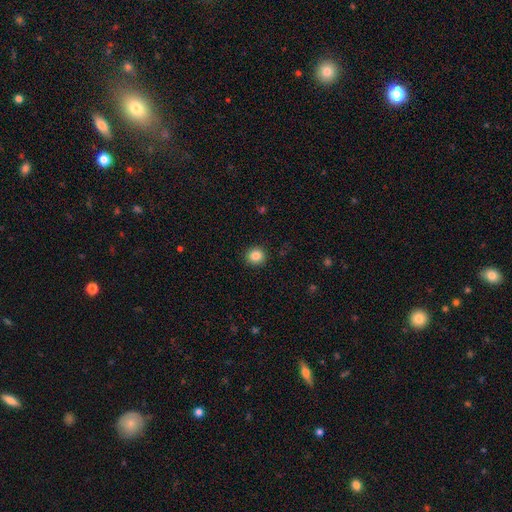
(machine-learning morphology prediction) Smooth or featured?
  - smooth: 85% *
  - star or artifact: 10%
  - featured or disk: 4%
How rounded?
  - round: 91% *
  - in between: 8%
  - cigar-shaped: 1%
Merging?
  - none: 91% *
  - minor disturbance: 6%
  - major disturbance: 2%
  - merger: 1%